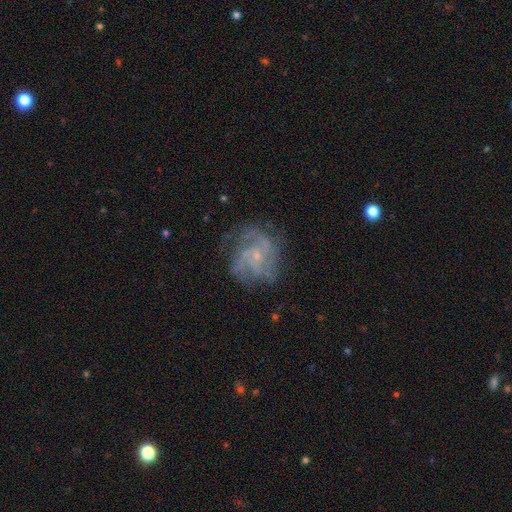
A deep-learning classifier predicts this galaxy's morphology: Smooth or featured? Predicted: featured or disk (p=0.84). Edge-on disk? Predicted: no (p=0.98). Bar? Predicted: no (p=0.64). Spiral arms? Predicted: yes (p=0.96). Spiral winding? Predicted: medium (p=0.45). Spiral arm count? Predicted: 3 (p=0.33). Bulge size? Predicted: small (p=0.78). Merging? Predicted: none (p=0.70).